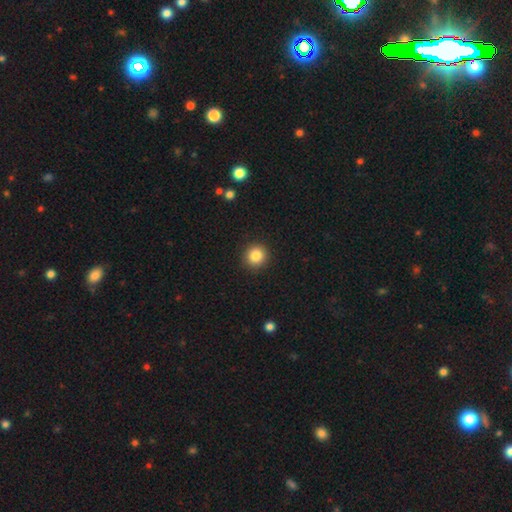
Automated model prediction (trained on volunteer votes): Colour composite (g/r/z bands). It shows a smooth galaxy with no disk features (86%) that is round (93%). Merging: none (92%).